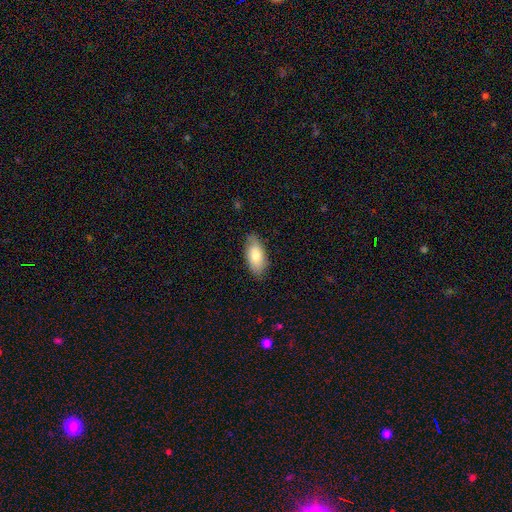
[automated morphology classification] Smooth or featured: smooth — 76% (featured or disk — 17%)
How rounded: in between — 91% (cigar-shaped — 6%)
Merging: none — 80% (minor disturbance — 17%)